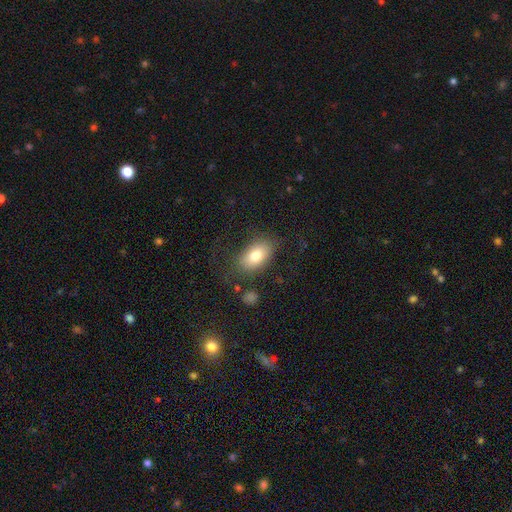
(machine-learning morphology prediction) smooth_or_featured: smooth (p=0.77) [alt: featured or disk p=0.16]
how_rounded: in between (p=0.91) [alt: round p=0.07]
merging: none (p=0.71) [alt: minor disturbance p=0.16]